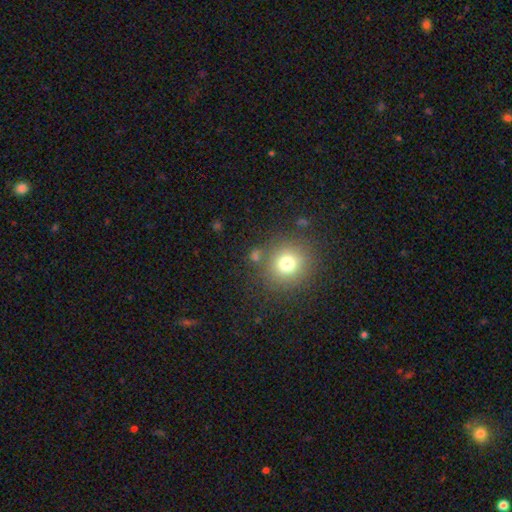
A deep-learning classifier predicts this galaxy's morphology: This appears to be a smooth galaxy with no disk features (75%) that is round (87%). Merging: none (81%).